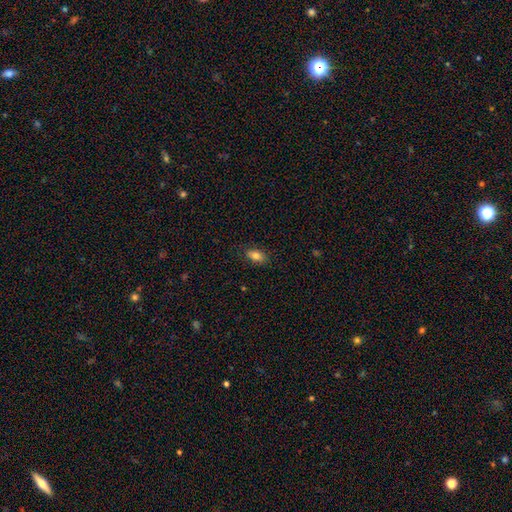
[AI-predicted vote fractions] Morphology: type=smooth (81%); roundness=in between (89%); merging=none (84%).